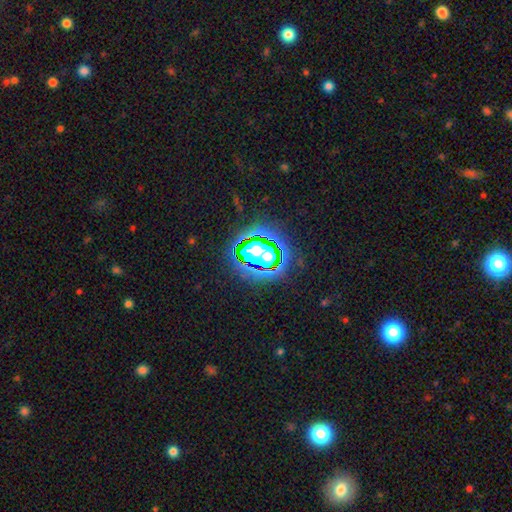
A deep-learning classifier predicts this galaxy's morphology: Smooth or featured?
  - star or artifact: 74% *
  - smooth: 16%
  - featured or disk: 10%